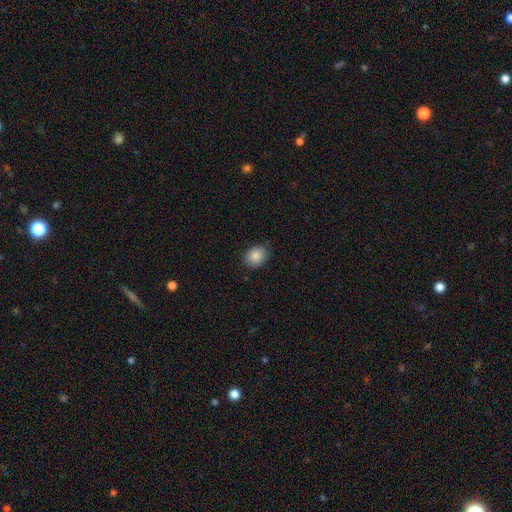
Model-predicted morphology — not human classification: A smooth galaxy with no disk features (87%) that is in between round and cigar-shaped (52%).

Vote fractions:
- Smooth or featured? smooth: 87% / star or artifact: 8% / featured or disk: 5%
- How rounded? in between: 52% / round: 47% / cigar-shaped: 1%
- Merging? none: 84% / minor disturbance: 12% / major disturbance: 2% / merger: 1%